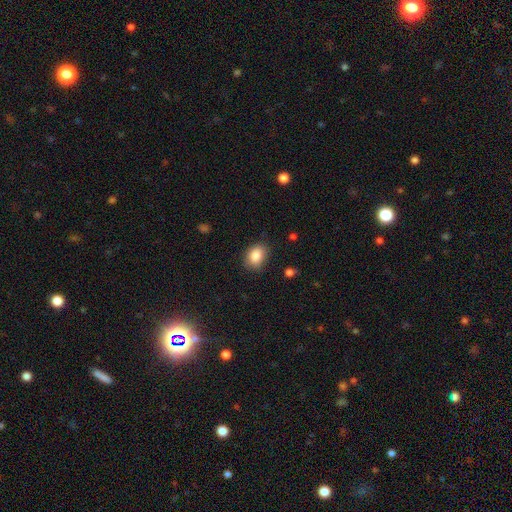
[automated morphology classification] type=smooth (85%); roundness=in between (71%); merging=none (81%).